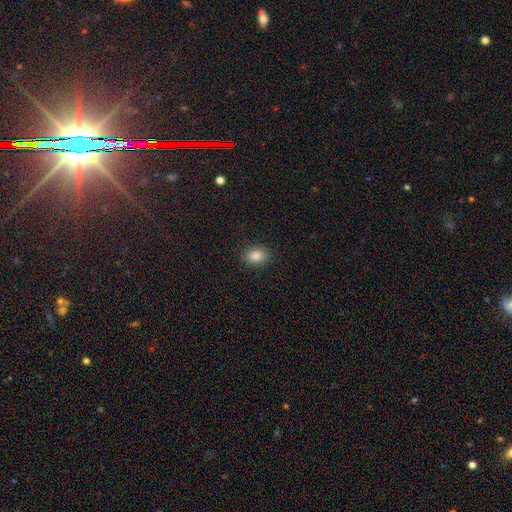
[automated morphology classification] Q: Smooth or featured?
A: smooth (86%); runner-up: star or artifact (10%)
Q: How rounded?
A: in between (61%); runner-up: round (38%)
Q: Merging?
A: none (89%); runner-up: minor disturbance (7%)